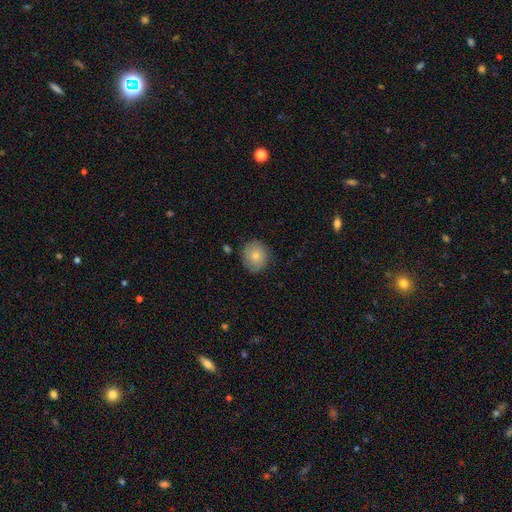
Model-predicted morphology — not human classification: Smooth or featured? Predicted: smooth (p=0.72). How rounded? Predicted: round (p=0.74). Merging? Predicted: none (p=0.78).